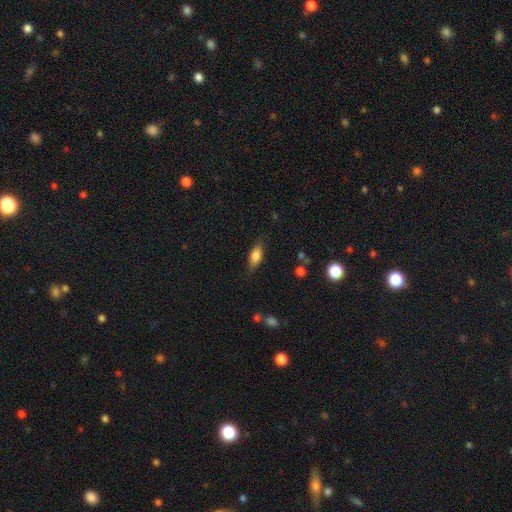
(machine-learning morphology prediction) smooth-or-featured: smooth: 69% | featured or disk: 23% | star or artifact: 8%
  how-rounded: in between: 77% | cigar-shaped: 18% | round: 5%
  merging: none: 78% | minor disturbance: 16% | major disturbance: 4% | merger: 1%